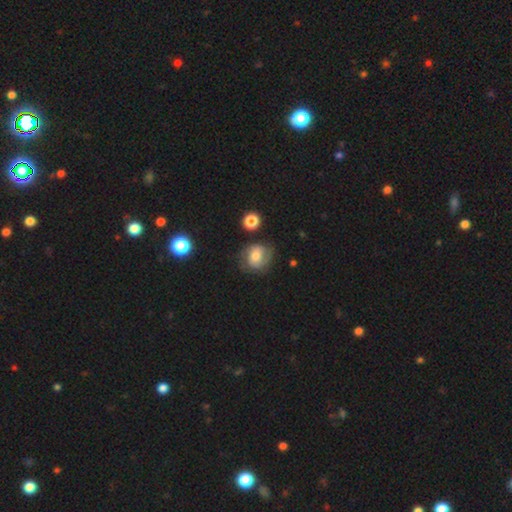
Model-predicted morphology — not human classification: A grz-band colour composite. It shows a featured or disk galaxy (54%) with no bar (58%), spiral arms (83%) and a moderate central bulge (58%). Merging: none (64%).